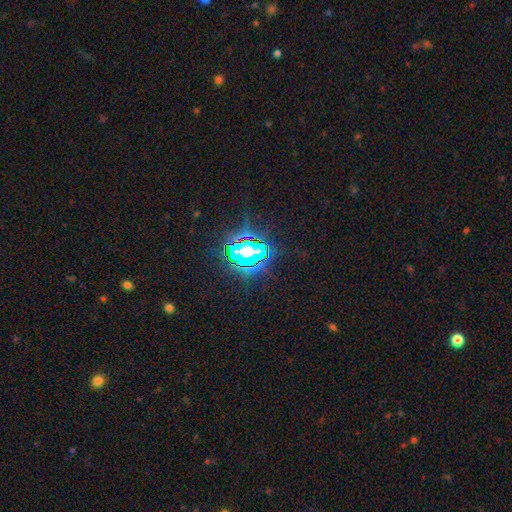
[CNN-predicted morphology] This is clearly a star or artifact rather than a galaxy (83%).